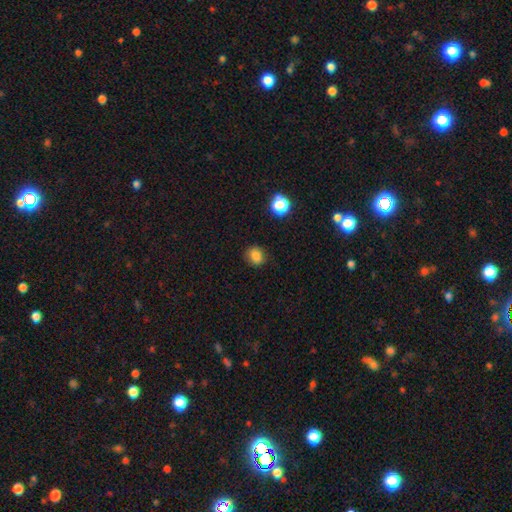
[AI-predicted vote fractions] smooth_or_featured: smooth (p=0.82) [alt: star or artifact p=0.13]
how_rounded: round (p=0.67) [alt: in between p=0.32]
merging: none (p=0.84) [alt: minor disturbance p=0.12]